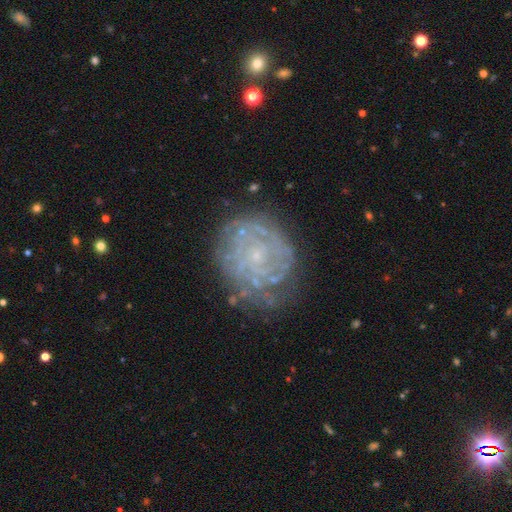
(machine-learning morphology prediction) smooth_or_featured: featured or disk (p=0.77) [alt: smooth p=0.14]
disk_edge_on: no (p=0.98) [alt: yes p=0.02]
bar: no (p=0.81) [alt: weak p=0.15]
has_spiral_arms: yes (p=0.78) [alt: no p=0.22]
spiral_winding: tight (p=0.75) [alt: medium p=0.19]
spiral_arm_count: can't tell (p=0.53) [alt: 2 p=0.12]
bulge_size: small (p=0.81) [alt: moderate p=0.09]
merging: none (p=0.69) [alt: minor disturbance p=0.19]